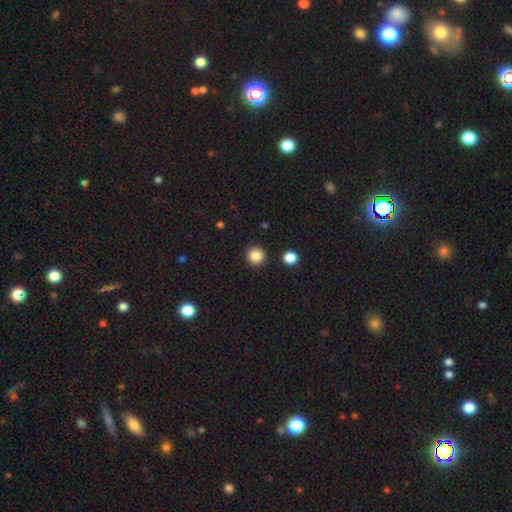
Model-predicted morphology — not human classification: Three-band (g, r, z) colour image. It shows a smooth galaxy with no disk features (86%) that is round (93%). Merging: none (90%).